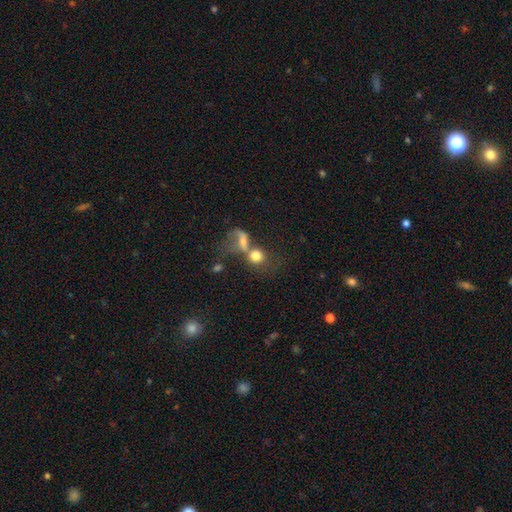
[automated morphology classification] smooth 71%, featured or disk 17%, star or artifact 12%. Down the decision tree: how rounded — round (71%); merging — merger (55%).